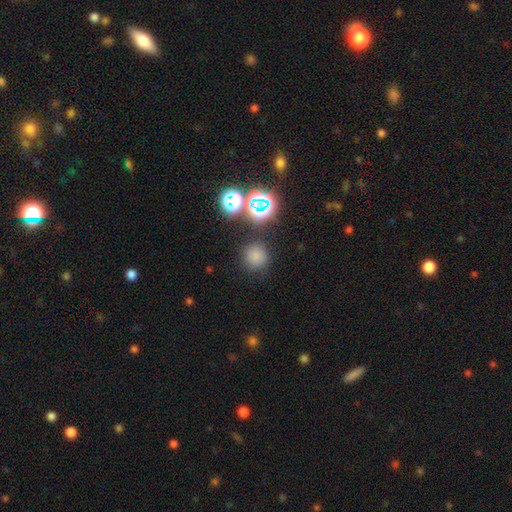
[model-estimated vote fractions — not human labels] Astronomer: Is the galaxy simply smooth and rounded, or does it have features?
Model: smooth — 71%.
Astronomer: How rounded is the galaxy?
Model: round — 93%.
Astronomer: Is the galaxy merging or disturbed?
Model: none — 84%.